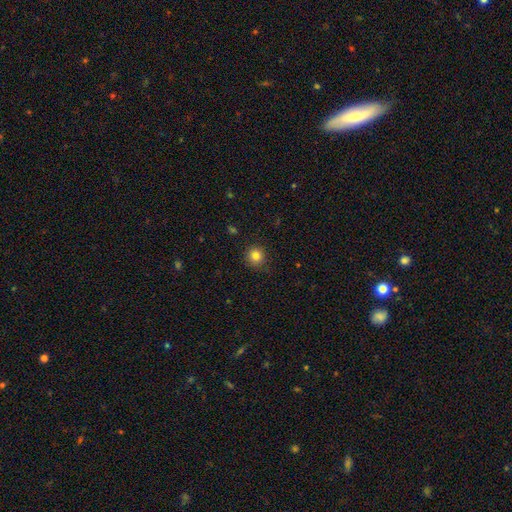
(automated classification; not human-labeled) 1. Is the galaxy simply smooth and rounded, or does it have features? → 82% smooth, 12% star or artifact, 6% featured or disk.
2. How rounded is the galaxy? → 94% round, 5% in between, 1% cigar-shaped.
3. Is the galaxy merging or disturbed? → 89% none, 7% minor disturbance, 2% major disturbance, 1% merger.